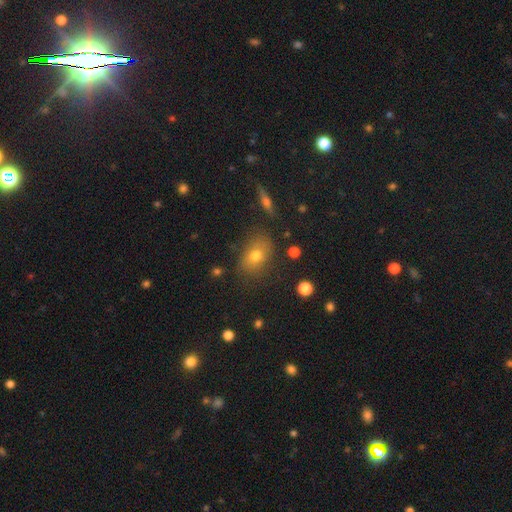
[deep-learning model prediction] A smooth galaxy with no disk features (69%) that is in between round and cigar-shaped (68%). Merging: none (75%).